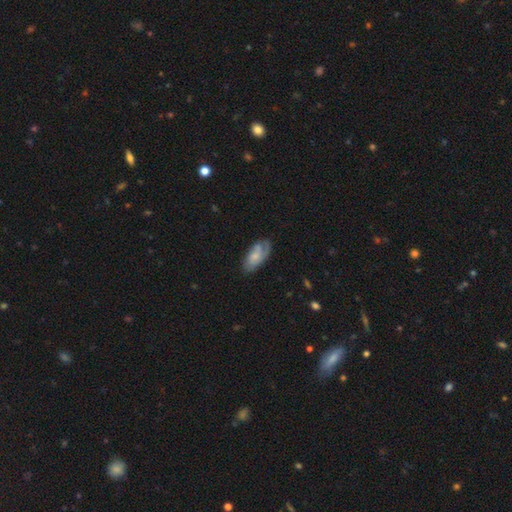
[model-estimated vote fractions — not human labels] This is possibly a smooth galaxy (56%). How rounded: clearly in between (88%). Merging: likely none (62%).